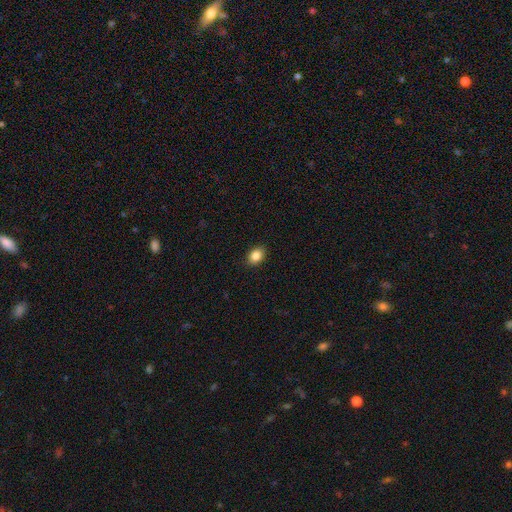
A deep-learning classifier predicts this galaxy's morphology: Overall: smooth (85%). How rounded: in between (69%; round 30%). Merging: none (88%).